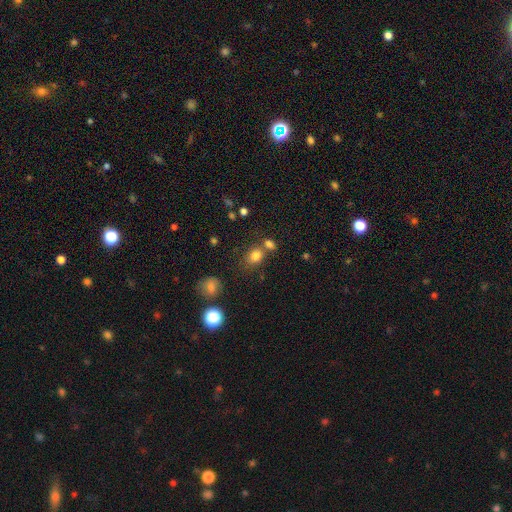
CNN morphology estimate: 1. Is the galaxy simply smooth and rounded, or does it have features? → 80% smooth, 13% star or artifact, 7% featured or disk.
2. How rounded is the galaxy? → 51% in between, 48% round, 1% cigar-shaped.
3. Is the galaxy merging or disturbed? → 58% none, 25% merger, 12% minor disturbance, 5% major disturbance.